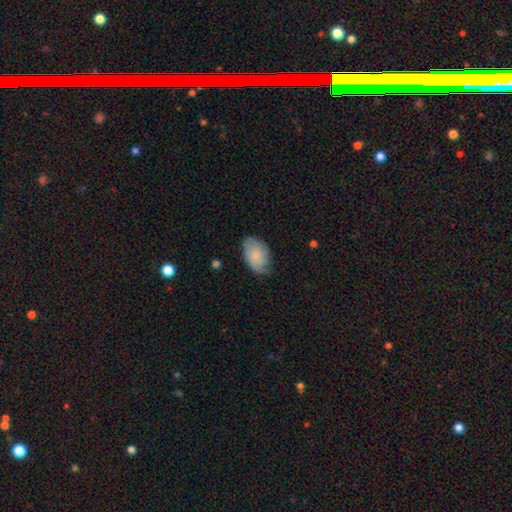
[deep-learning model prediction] The model was most divided on "merging": none: 60%, minor disturbance: 31%, major disturbance: 7%, merger: 1%. More confident: how rounded — in between (90%); smooth or featured — smooth (72%).